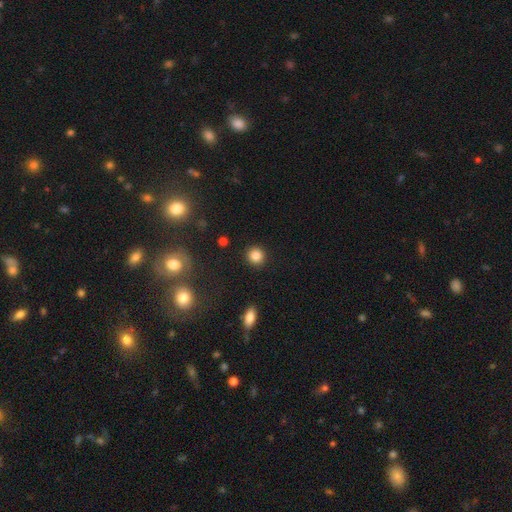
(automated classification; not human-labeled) Q: Smooth or featured?
A: smooth (85%); runner-up: star or artifact (11%)
Q: How rounded?
A: round (92%); runner-up: in between (7%)
Q: Merging?
A: none (92%); runner-up: minor disturbance (5%)